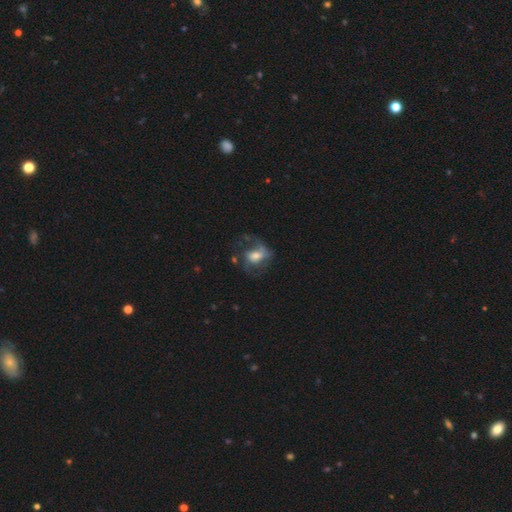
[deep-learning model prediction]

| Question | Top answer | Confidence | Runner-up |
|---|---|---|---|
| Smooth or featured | featured or disk | 59% | smooth (32%) |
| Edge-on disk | no | 96% | yes (4%) |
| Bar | no | 46% | weak (39%) |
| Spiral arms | yes | 77% | no (23%) |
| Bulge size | moderate | 51% | small (26%) |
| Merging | none | 43% | major disturbance (33%) |